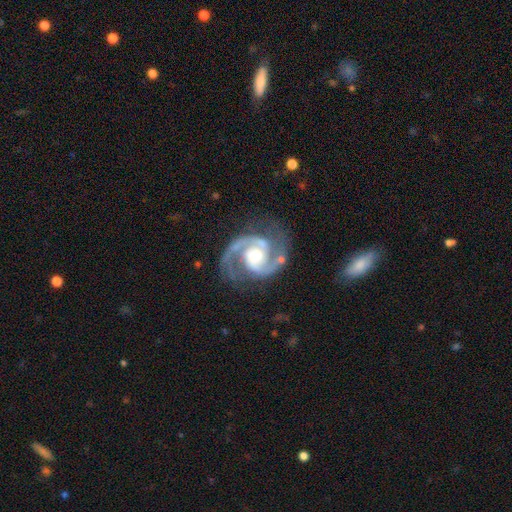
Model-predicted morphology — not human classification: smooth_or_featured: featured or disk (p=0.93) [alt: star or artifact p=0.04]
disk_edge_on: no (p=0.98) [alt: yes p=0.02]
bar: no (p=0.50) [alt: weak p=0.37]
has_spiral_arms: yes (p=0.99) [alt: no p=0.01]
spiral_winding: medium (p=0.63) [alt: tight p=0.26]
spiral_arm_count: 2 (p=0.93) [alt: 3 p=0.02]
bulge_size: moderate (p=0.65) [alt: small p=0.24]
merging: none (p=0.77) [alt: minor disturbance p=0.15]